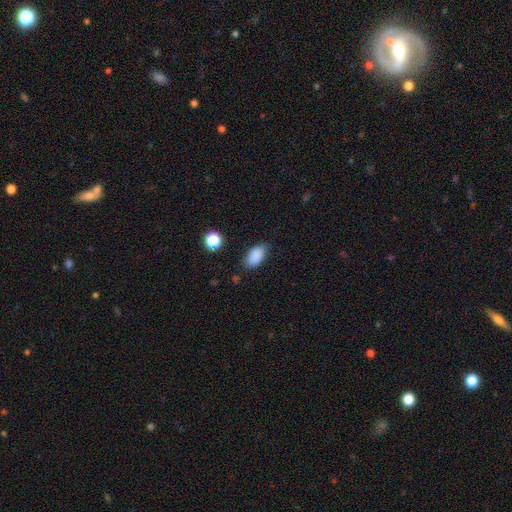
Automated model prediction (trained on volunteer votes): Smooth or featured: smooth — 87% (star or artifact — 9%)
How rounded: in between — 92% (round — 6%)
Merging: none — 77% (minor disturbance — 18%)